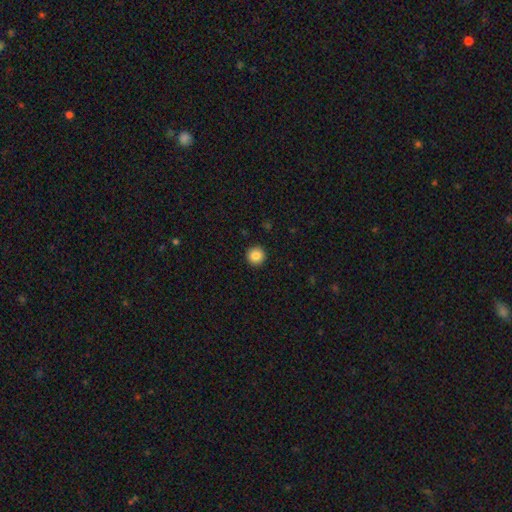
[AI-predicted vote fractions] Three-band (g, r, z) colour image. It shows a smooth galaxy with no disk features (86%) that is round (95%). Merging: none (94%).